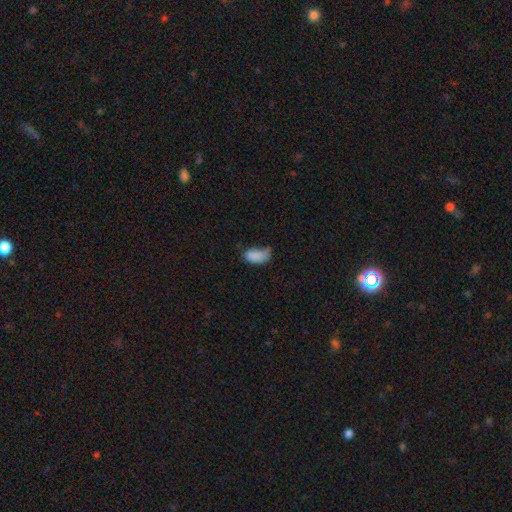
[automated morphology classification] This appears to be a smooth galaxy with no disk features (81%) that is in between round and cigar-shaped (93%). Merging: minor disturbance (37%).